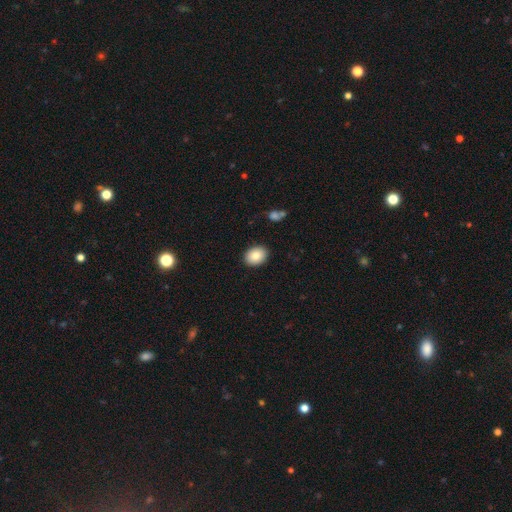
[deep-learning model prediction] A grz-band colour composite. It shows a smooth galaxy with no disk features (86%) that is in between round and cigar-shaped (63%). Merging: none (90%).